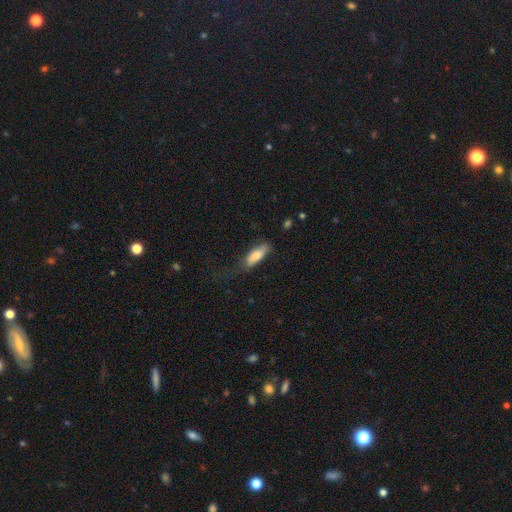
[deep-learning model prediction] This appears to be a smooth galaxy with no disk features (77%) that is in between round and cigar-shaped (63%). Merging: none (57%).